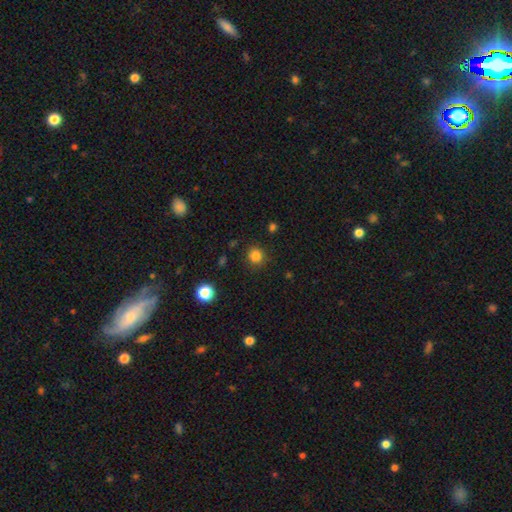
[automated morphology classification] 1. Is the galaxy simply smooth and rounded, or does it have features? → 83% smooth, 13% star or artifact, 4% featured or disk.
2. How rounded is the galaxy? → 91% round, 8% in between, 1% cigar-shaped.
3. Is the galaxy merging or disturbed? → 88% none, 8% minor disturbance, 3% major disturbance, 2% merger.